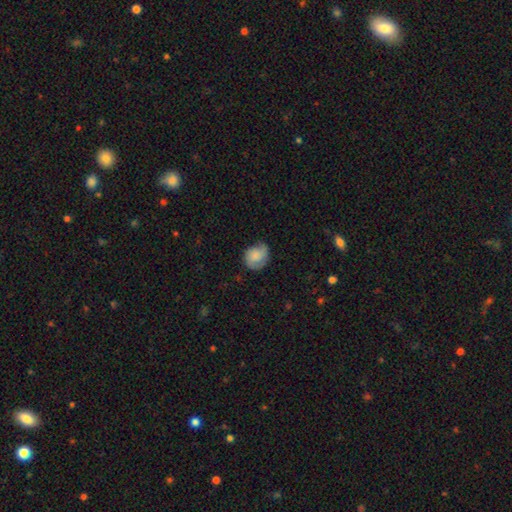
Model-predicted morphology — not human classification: The model was most divided on "merging": none: 53%, minor disturbance: 33%, major disturbance: 12%, merger: 1%. More confident: how rounded — round (66%); smooth or featured — smooth (66%).